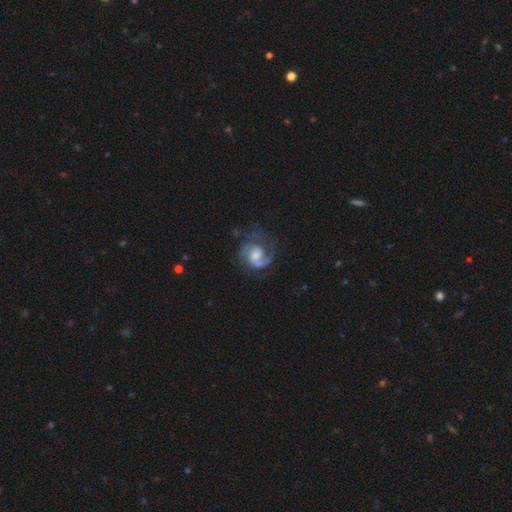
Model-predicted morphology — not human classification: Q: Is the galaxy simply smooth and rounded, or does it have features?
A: featured or disk — 78%.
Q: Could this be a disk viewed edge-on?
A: no — 98%.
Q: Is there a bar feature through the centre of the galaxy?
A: no — 47%.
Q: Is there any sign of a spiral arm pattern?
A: yes — 92%.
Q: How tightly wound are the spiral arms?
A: medium — 46%.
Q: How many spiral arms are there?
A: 2 — 46%.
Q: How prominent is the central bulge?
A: moderate — 42%.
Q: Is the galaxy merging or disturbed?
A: none — 52%.